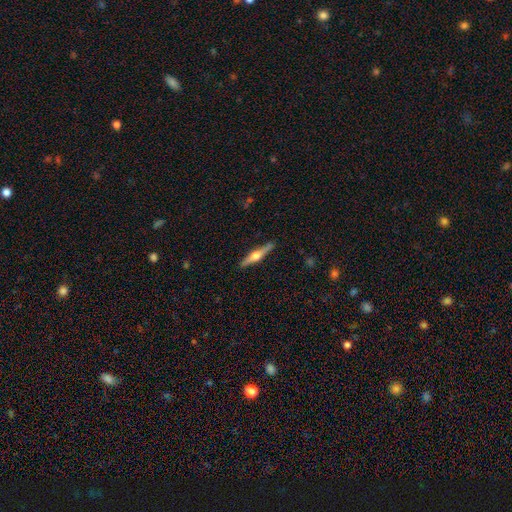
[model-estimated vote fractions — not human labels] Smooth or featured?
  - featured or disk: 66% *
  - smooth: 29%
  - star or artifact: 5%
Edge-on disk?
  - yes: 97% *
  - no: 3%
Edge-on bulge?
  - rounded: 93% *
  - boxy: 4%
  - none: 3%
Merging?
  - none: 89% *
  - minor disturbance: 8%
  - major disturbance: 2%
  - merger: 1%